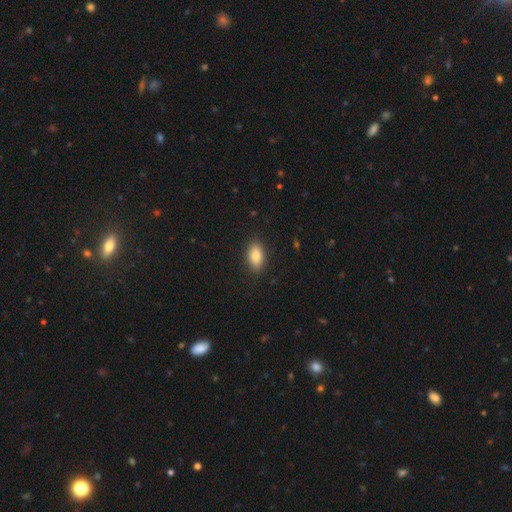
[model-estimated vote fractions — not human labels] This is clearly a smooth galaxy (85%). How rounded: clearly in between (90%). Merging: clearly none (87%).